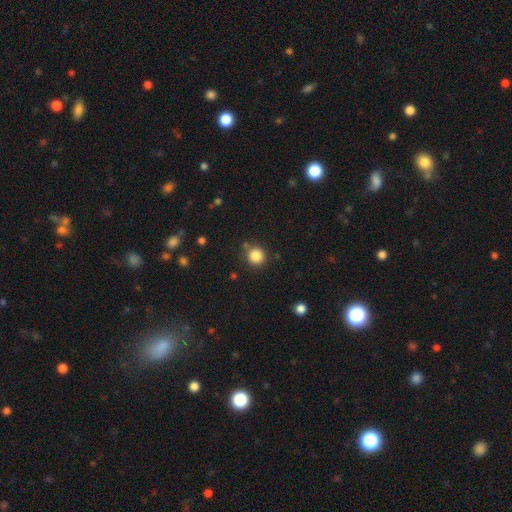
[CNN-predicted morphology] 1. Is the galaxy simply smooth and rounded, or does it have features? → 85% smooth, 11% star or artifact, 4% featured or disk.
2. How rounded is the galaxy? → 92% round, 7% in between, 1% cigar-shaped.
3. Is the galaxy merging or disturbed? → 82% none, 10% minor disturbance, 4% merger, 3% major disturbance.